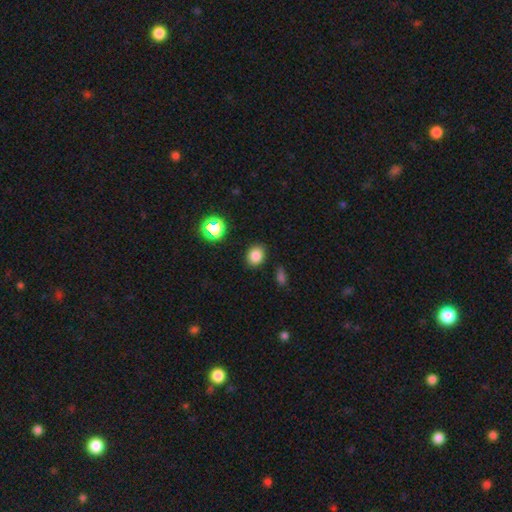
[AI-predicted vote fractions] Smooth or featured? Predicted: smooth (p=0.82). How rounded? Predicted: round (p=0.53). Merging? Predicted: none (p=0.86).